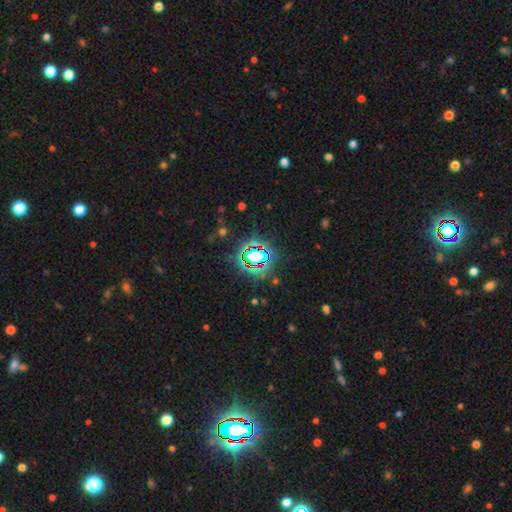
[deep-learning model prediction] A star or artifact, not a galaxy (72%).